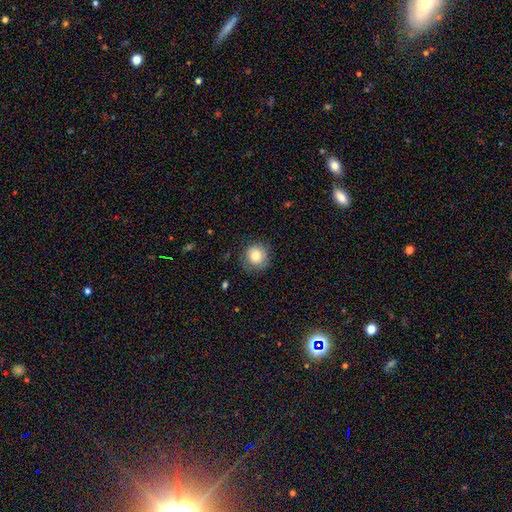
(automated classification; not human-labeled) Smooth or featured? smooth (78%)
How rounded? round (90%)
Merging? none (78%)